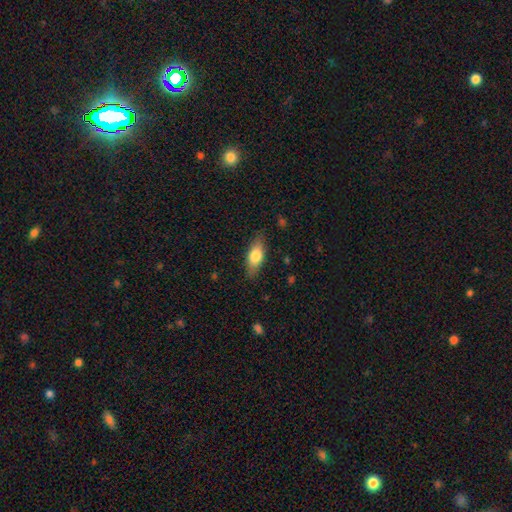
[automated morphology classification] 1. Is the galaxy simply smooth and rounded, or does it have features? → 74% smooth, 20% featured or disk, 6% star or artifact.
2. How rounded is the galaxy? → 76% in between, 21% cigar-shaped, 3% round.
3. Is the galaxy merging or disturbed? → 83% none, 13% minor disturbance, 3% major disturbance, 1% merger.